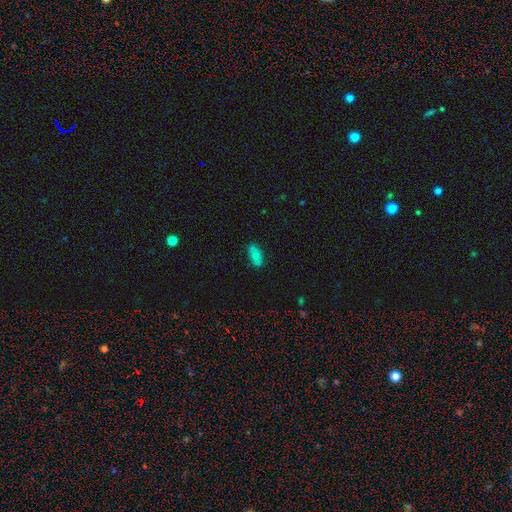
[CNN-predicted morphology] Smooth or featured? smooth (68%)
How rounded? in between (88%)
Merging? none (74%)